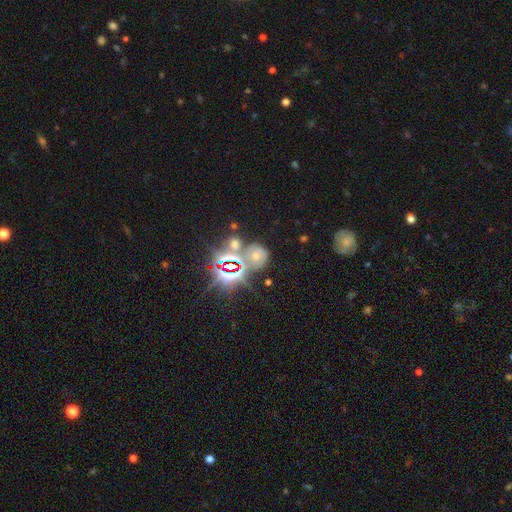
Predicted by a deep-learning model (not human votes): Morphology: type=star or artifact (43%).